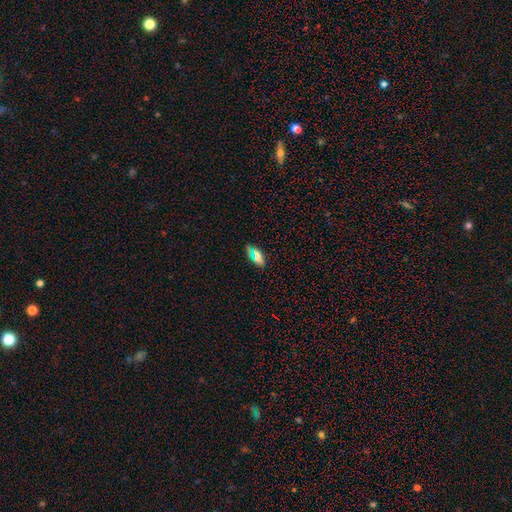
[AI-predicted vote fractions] Overall: smooth (60%; star or artifact 20%). How rounded: in between (79%). Merging: none (82%).